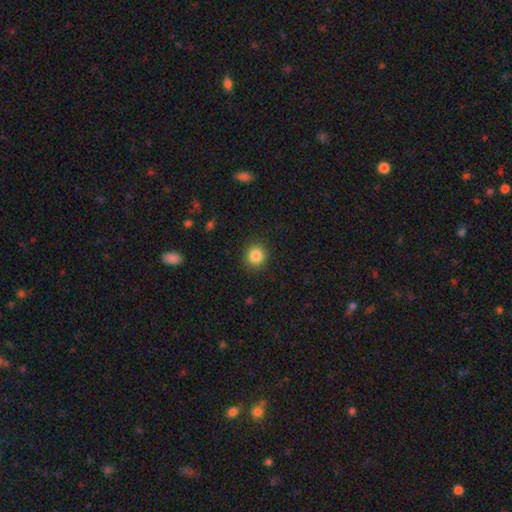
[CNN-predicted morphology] type=smooth (86%); roundness=round (85%); merging=none (89%).